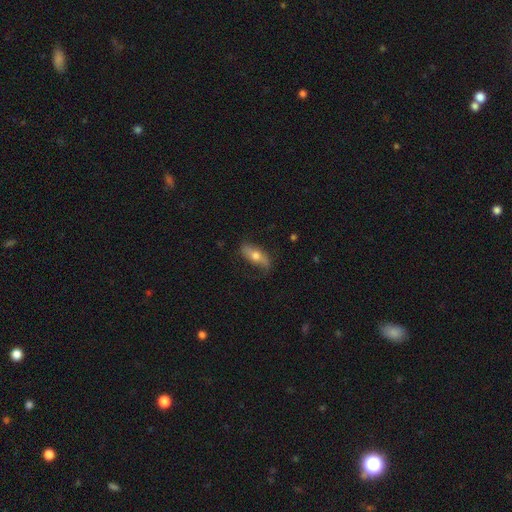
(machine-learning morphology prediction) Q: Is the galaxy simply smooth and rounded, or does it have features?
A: smooth — 50%.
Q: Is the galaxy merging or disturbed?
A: none — 70%.